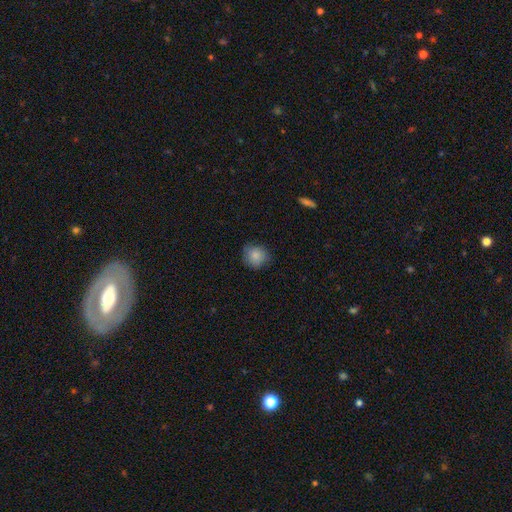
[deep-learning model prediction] Smooth or featured? smooth (84%)
How rounded? round (85%)
Merging? none (75%)